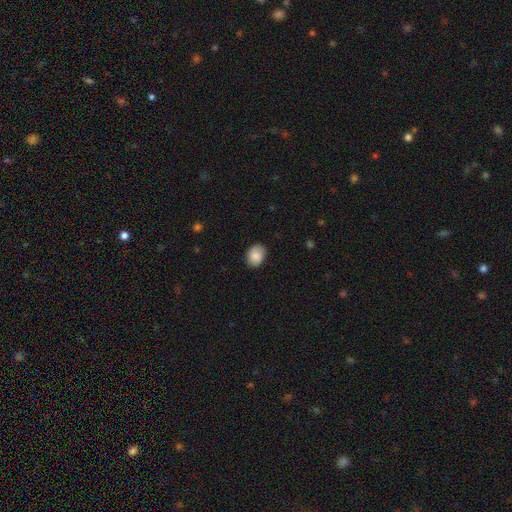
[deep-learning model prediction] A smooth galaxy with no disk features (87%) that is in between round and cigar-shaped (62%). Merging: none (84%).